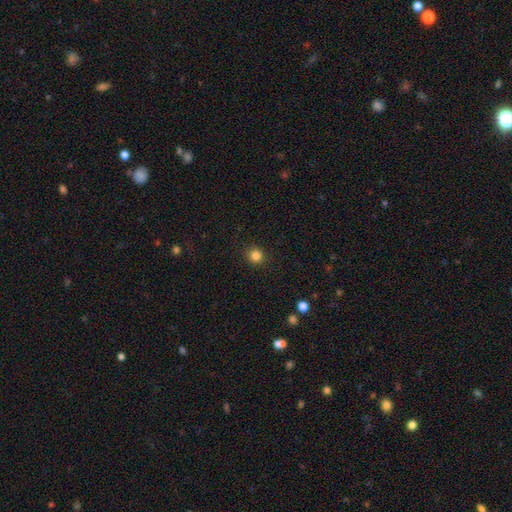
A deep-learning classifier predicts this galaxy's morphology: This appears to be a smooth galaxy with no disk features (84%) that is round (91%). Merging: none (91%).